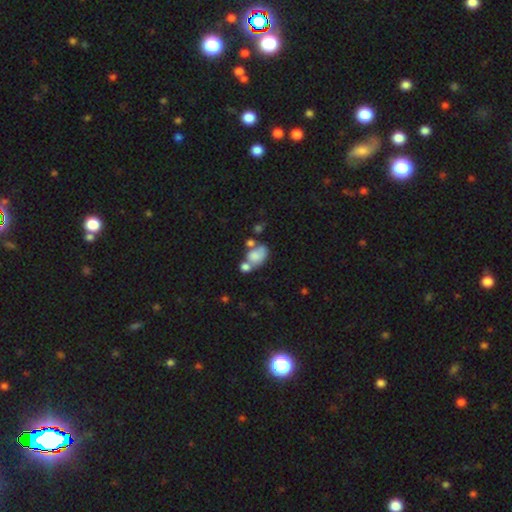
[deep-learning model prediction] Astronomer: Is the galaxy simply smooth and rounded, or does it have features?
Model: smooth — 71%.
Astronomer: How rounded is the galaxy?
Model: in between — 78%.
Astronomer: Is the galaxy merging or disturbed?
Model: merger — 48% (runner-up: none, 25%).